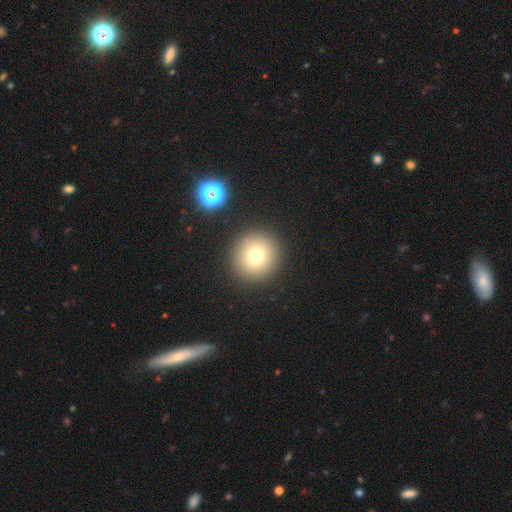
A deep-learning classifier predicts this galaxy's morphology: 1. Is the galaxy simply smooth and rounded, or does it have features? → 74% smooth, 15% star or artifact, 11% featured or disk.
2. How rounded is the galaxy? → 95% round, 5% in between, 1% cigar-shaped.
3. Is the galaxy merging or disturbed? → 90% none, 6% minor disturbance, 2% merger, 2% major disturbance.